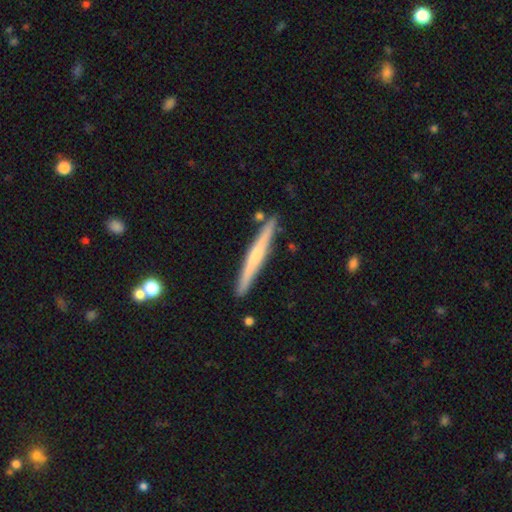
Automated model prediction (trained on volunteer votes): A featured or disk galaxy (55%) viewed edge-on (97%) with a rounded central bulge (46%).

Vote fractions:
- Smooth or featured? featured or disk: 55% / smooth: 40% / star or artifact: 5%
- Edge-on disk? yes: 97% / no: 3%
- Edge-on bulge? rounded: 46% / none: 44% / boxy: 9%
- Merging? none: 89% / minor disturbance: 8% / merger: 2% / major disturbance: 1%